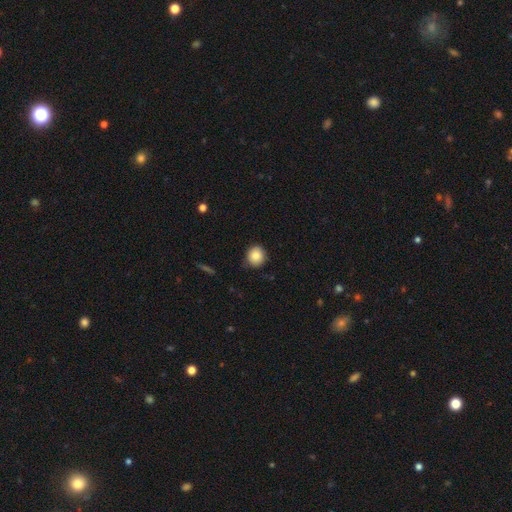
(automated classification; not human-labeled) A smooth galaxy with no disk features (85%) that is round (88%). Merging: none (82%).